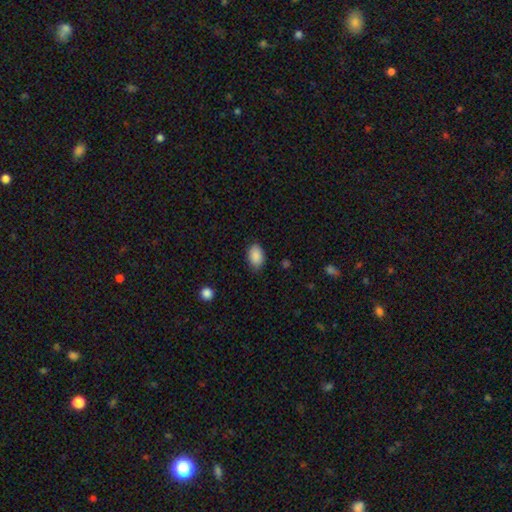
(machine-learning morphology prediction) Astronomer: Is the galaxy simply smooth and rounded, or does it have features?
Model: smooth — 89%.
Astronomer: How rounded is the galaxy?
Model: in between — 88%.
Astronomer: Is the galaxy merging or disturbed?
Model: none — 81%.